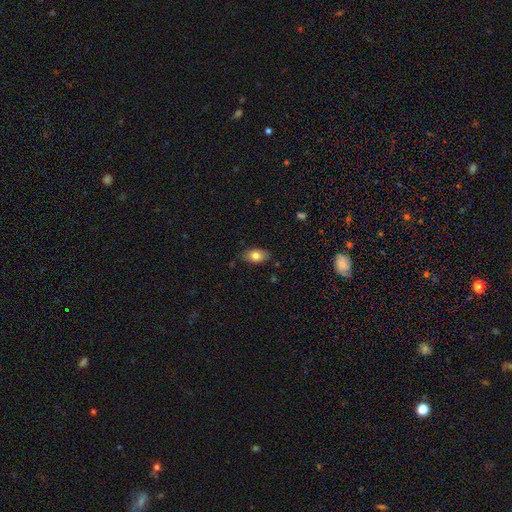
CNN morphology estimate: A smooth galaxy with no disk features (79%) that is in between round and cigar-shaped (91%).

Vote fractions:
- Smooth or featured? smooth: 79% / featured or disk: 14% / star or artifact: 7%
- How rounded? in between: 91% / round: 6% / cigar-shaped: 3%
- Merging? none: 81% / minor disturbance: 15% / major disturbance: 2% / merger: 1%